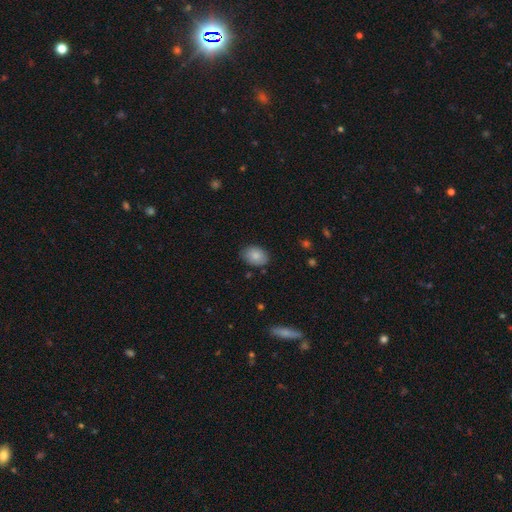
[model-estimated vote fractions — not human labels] Smooth or featured?
  - smooth: 83% *
  - featured or disk: 10%
  - star or artifact: 7%
How rounded?
  - in between: 74% *
  - round: 25%
  - cigar-shaped: 1%
Merging?
  - none: 82% *
  - minor disturbance: 15%
  - major disturbance: 3%
  - merger: 1%